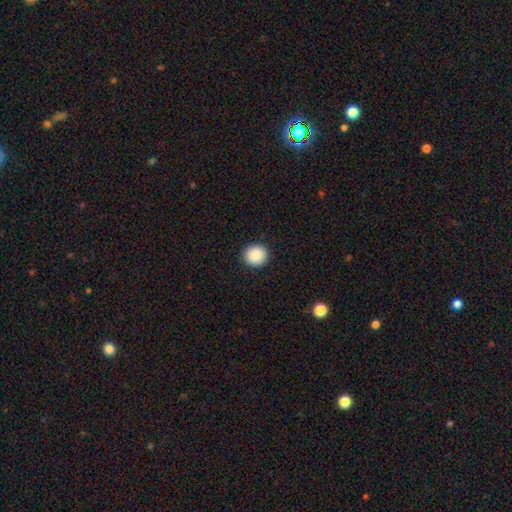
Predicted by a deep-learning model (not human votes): smooth_or_featured: smooth (p=0.89) [alt: star or artifact p=0.08]
how_rounded: round (p=0.92) [alt: in between p=0.07]
merging: none (p=0.93) [alt: minor disturbance p=0.05]